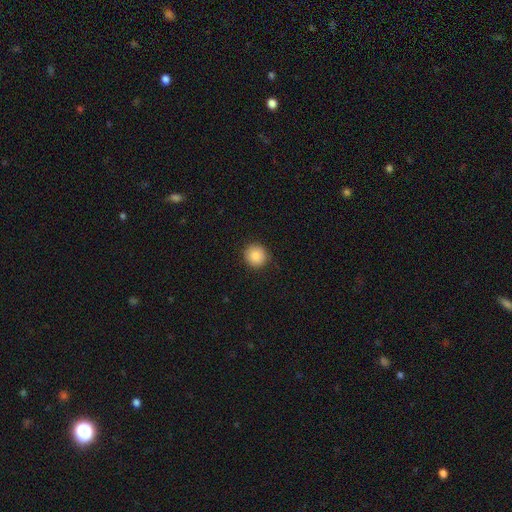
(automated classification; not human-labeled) A smooth galaxy with no disk features (87%) that is round (93%). Merging: none (91%).